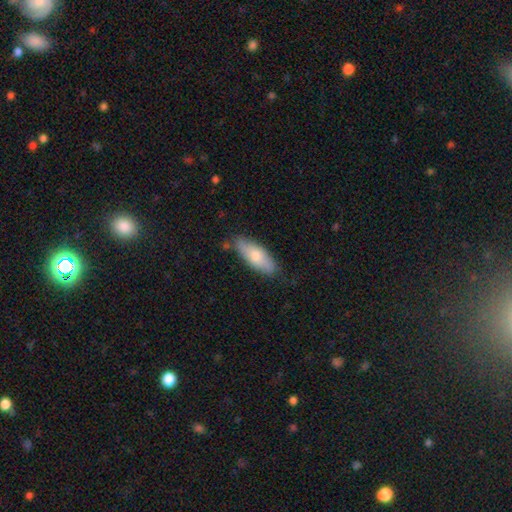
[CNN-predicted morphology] Smooth or featured? Predicted: smooth (p=0.69). How rounded? Predicted: in between (p=0.69). Merging? Predicted: none (p=0.79).